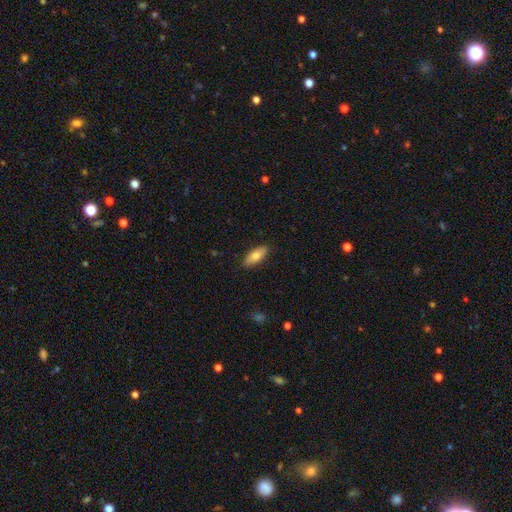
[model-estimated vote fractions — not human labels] The model was most divided on "how rounded": in between: 78%, cigar-shaped: 20%, round: 2%. More confident: merging — none (87%); smooth or featured — smooth (77%).